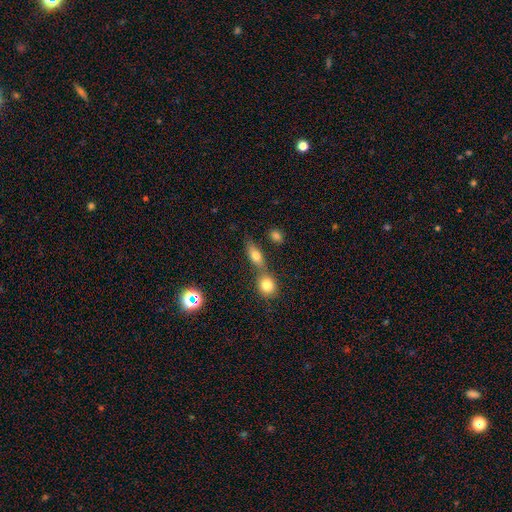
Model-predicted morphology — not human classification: This is likely a smooth galaxy (71%). How rounded: likely in between (66%). Merging: possibly none (53%).